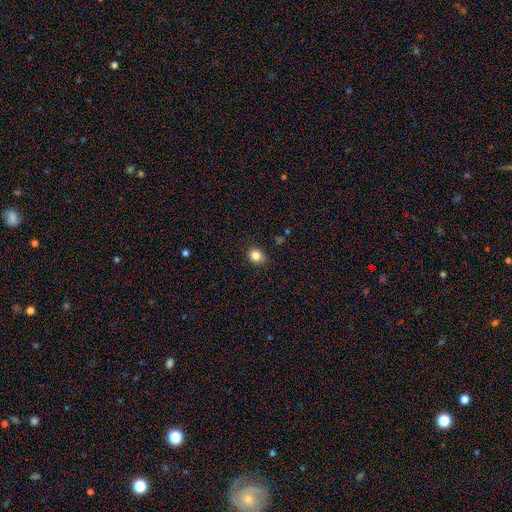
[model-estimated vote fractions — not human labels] Smooth or featured? Predicted: smooth (p=0.84). How rounded? Predicted: round (p=0.59). Merging? Predicted: none (p=0.84).